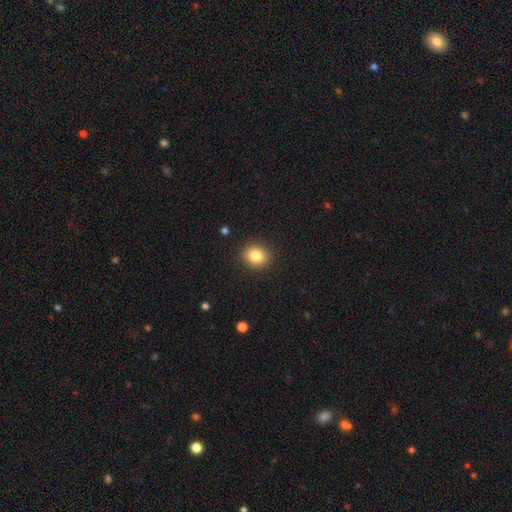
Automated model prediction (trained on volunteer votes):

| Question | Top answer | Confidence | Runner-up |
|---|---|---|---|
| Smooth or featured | smooth | 84% | star or artifact (10%) |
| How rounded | round | 74% | in between (25%) |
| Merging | none | 91% | minor disturbance (6%) |